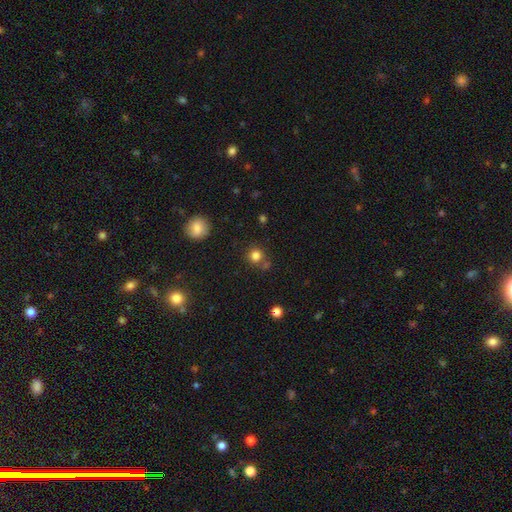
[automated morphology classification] Smooth or featured? Predicted: smooth (p=0.80). How rounded? Predicted: round (p=0.91). Merging? Predicted: none (p=0.73).